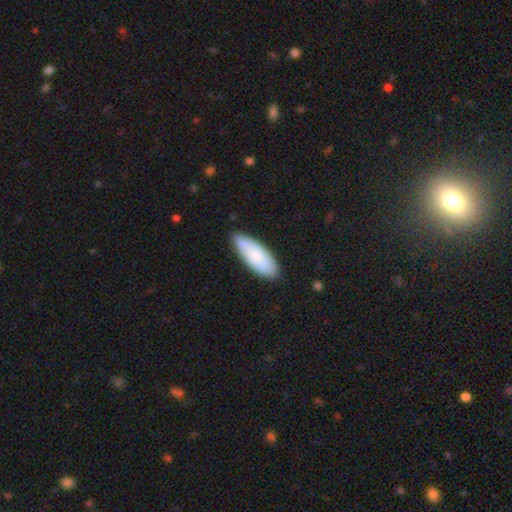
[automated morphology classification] Smooth or featured? Predicted: smooth (p=0.74). How rounded? Predicted: in between (p=0.73). Merging? Predicted: none (p=0.80).